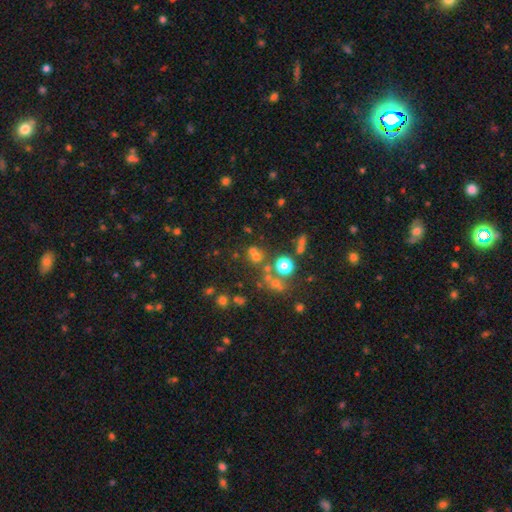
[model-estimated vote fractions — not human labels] The model was most divided on "smooth or featured": smooth: 50%, star or artifact: 35%, featured or disk: 15%. More confident: how rounded — round (83%); merging — none (58%).